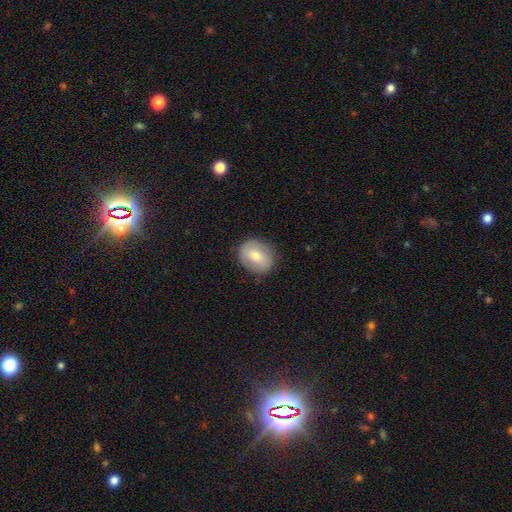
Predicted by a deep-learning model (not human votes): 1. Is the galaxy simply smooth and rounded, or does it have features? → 67% smooth, 26% featured or disk, 7% star or artifact.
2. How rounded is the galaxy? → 60% round, 39% in between, 1% cigar-shaped.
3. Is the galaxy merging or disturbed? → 83% none, 13% minor disturbance, 4% major disturbance, 1% merger.